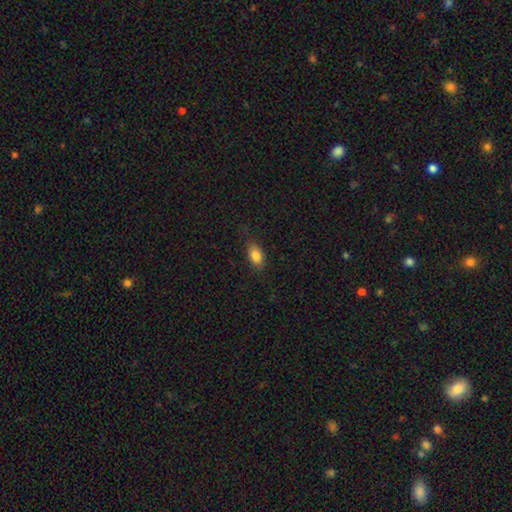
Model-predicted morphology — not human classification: This appears to be a smooth galaxy with no disk features (84%) that is in between round and cigar-shaped (87%). Merging: none (80%).